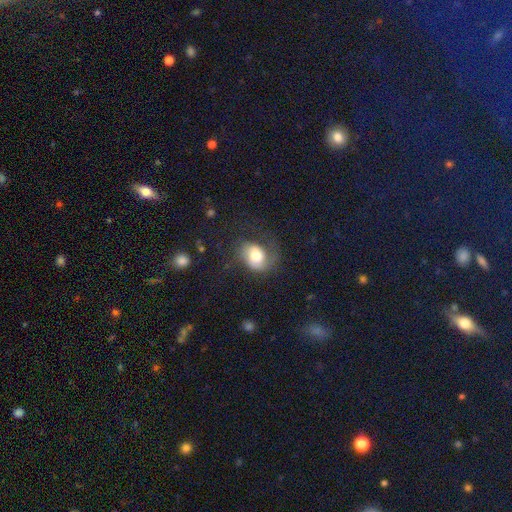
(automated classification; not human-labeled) Overall: featured or disk (46%; smooth 45%). Merging: none (46%; major disturbance 29%).